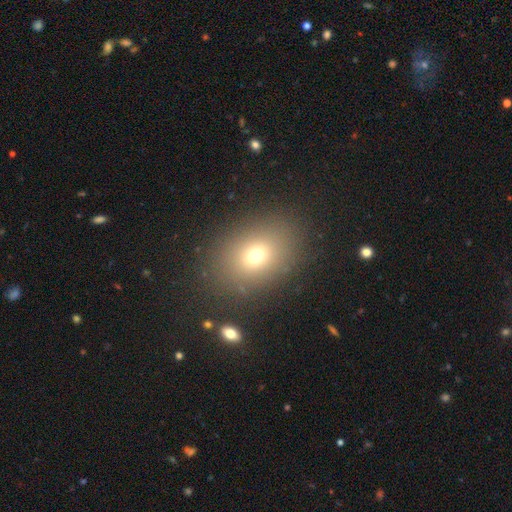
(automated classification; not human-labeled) A smooth galaxy with no disk features (70%) that is in between round and cigar-shaped (63%).

Vote fractions:
- Smooth or featured? smooth: 70% / star or artifact: 17% / featured or disk: 13%
- How rounded? in between: 63% / round: 36% / cigar-shaped: 1%
- Merging? none: 84% / minor disturbance: 9% / major disturbance: 5% / merger: 2%